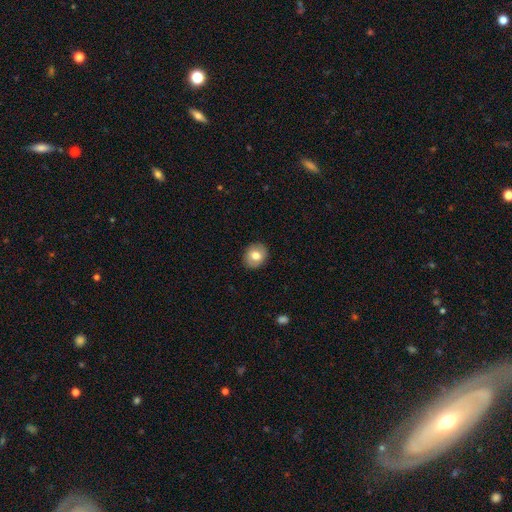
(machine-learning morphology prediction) Smooth or featured: smooth — 76% (featured or disk — 16%)
How rounded: round — 68% (in between — 31%)
Merging: none — 89% (minor disturbance — 8%)